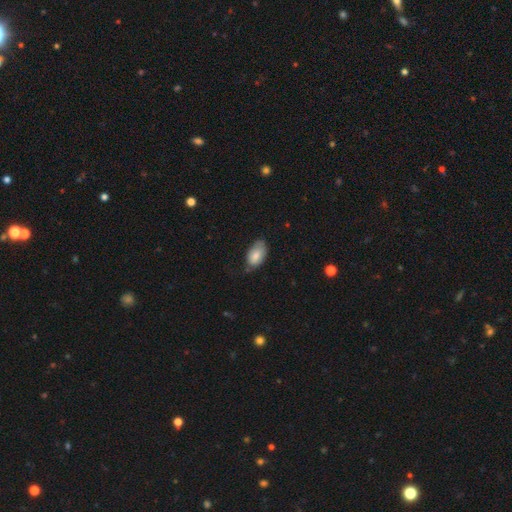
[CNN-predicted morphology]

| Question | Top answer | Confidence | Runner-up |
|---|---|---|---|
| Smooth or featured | smooth | 79% | featured or disk (15%) |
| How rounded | in between | 94% | round (4%) |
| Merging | none | 55% | minor disturbance (36%) |